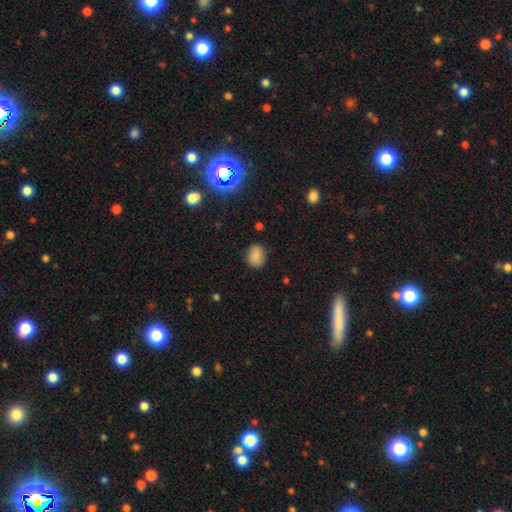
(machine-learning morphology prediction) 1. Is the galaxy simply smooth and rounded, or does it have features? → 84% smooth, 12% star or artifact, 4% featured or disk.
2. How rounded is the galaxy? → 59% in between, 40% round, 1% cigar-shaped.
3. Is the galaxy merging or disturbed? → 81% none, 15% minor disturbance, 3% major disturbance, 1% merger.